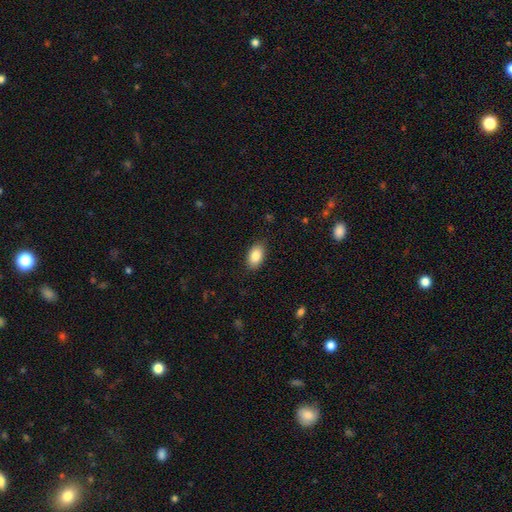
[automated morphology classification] Smooth or featured? Predicted: smooth (p=0.86). How rounded? Predicted: in between (p=0.92). Merging? Predicted: none (p=0.86).